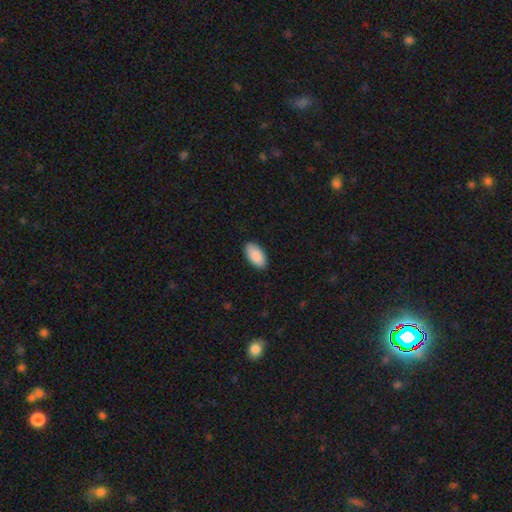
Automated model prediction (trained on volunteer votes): Smooth or featured?
  - smooth: 90% *
  - star or artifact: 6%
  - featured or disk: 4%
How rounded?
  - in between: 95% *
  - cigar-shaped: 3%
  - round: 2%
Merging?
  - none: 89% *
  - minor disturbance: 8%
  - major disturbance: 2%
  - merger: 1%